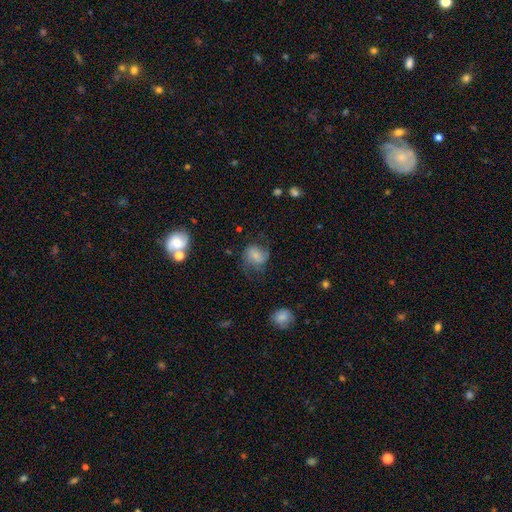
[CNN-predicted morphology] Smooth or featured? Predicted: featured or disk (p=0.47). Merging? Predicted: none (p=0.51).